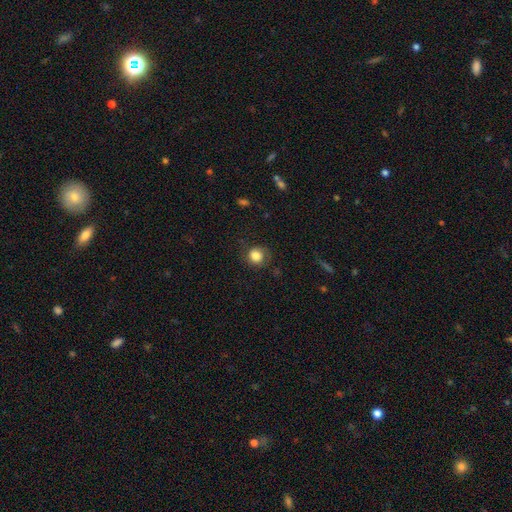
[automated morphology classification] Smooth or featured? Predicted: smooth (p=0.82). How rounded? Predicted: round (p=0.84). Merging? Predicted: none (p=0.71).